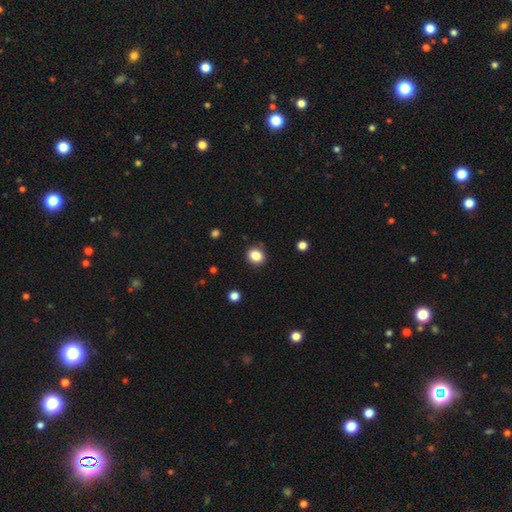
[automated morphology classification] This appears to be a smooth galaxy with no disk features (86%) that is round (62%). Merging: none (87%).